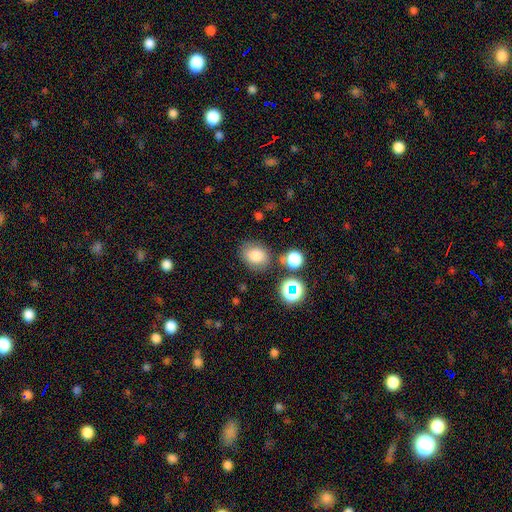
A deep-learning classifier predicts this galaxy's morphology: Smooth or featured?
  - smooth: 79% *
  - star or artifact: 13%
  - featured or disk: 8%
How rounded?
  - round: 51% *
  - in between: 48%
  - cigar-shaped: 1%
Merging?
  - none: 74% *
  - minor disturbance: 14%
  - merger: 8%
  - major disturbance: 5%